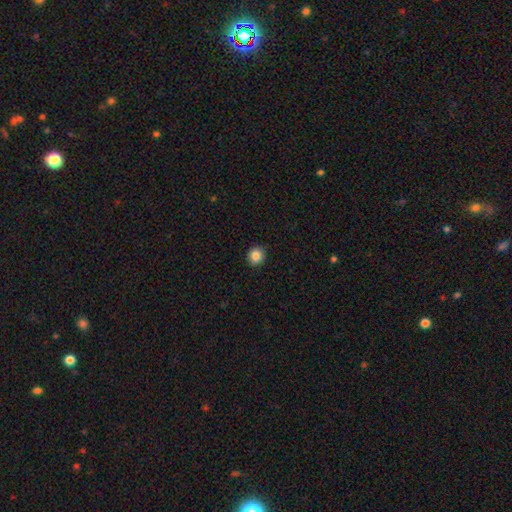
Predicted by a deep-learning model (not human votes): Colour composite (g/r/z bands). It shows a smooth galaxy with no disk features (85%) that is round (87%). Merging: none (91%).